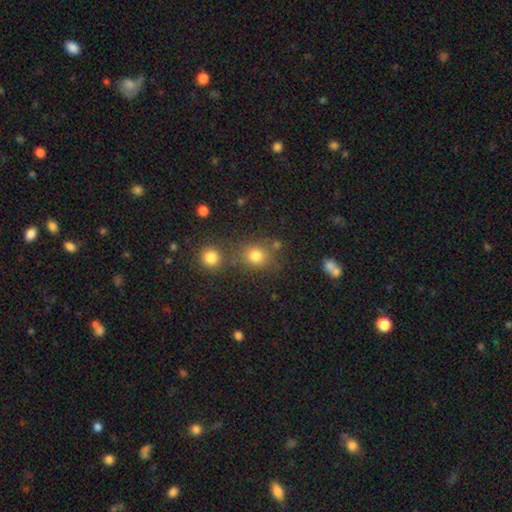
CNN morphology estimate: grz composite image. It shows a smooth galaxy with no disk features (77%) that is round (78%). Merging: none (68%).